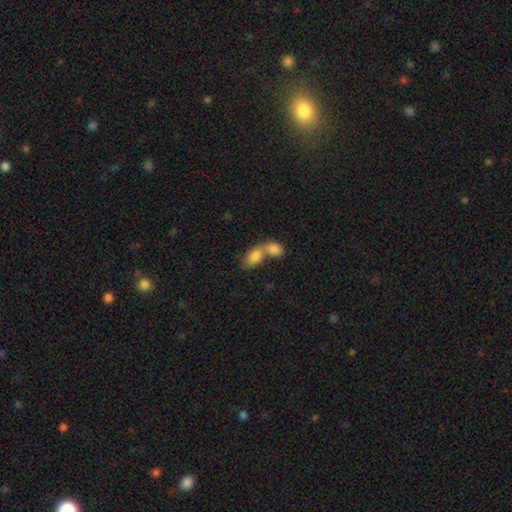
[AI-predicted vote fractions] A smooth galaxy with no disk features (80%) that is in between round and cigar-shaped (85%). Merging: merger (72%).